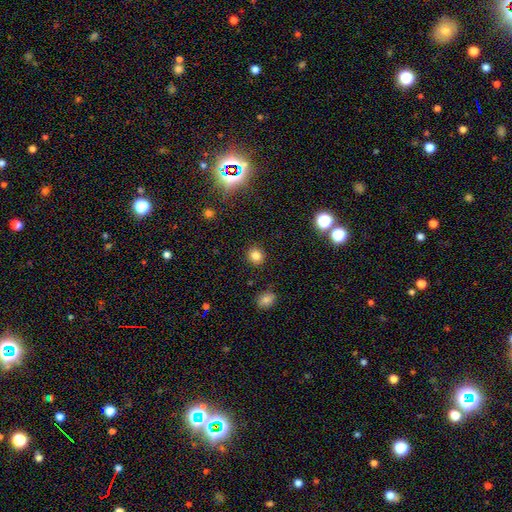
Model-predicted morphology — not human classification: Overall: smooth (83%). How rounded: round (81%). Merging: none (90%).